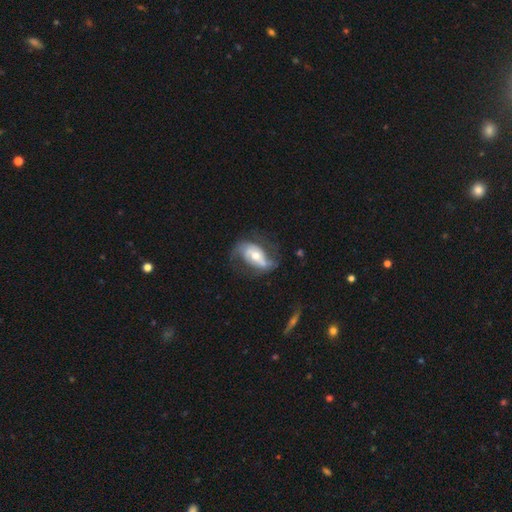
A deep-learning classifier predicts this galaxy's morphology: Smooth or featured? featured or disk (71%)
Edge-on disk? no (93%)
Bar? no (39%)
Spiral arms? yes (81%)
Spiral winding? loose (42%)
Spiral arm count? 2 (77%)
Bulge size? moderate (64%)
Merging? none (54%)